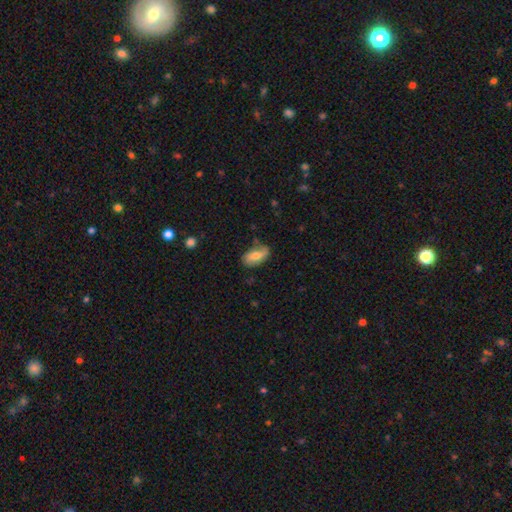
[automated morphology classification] smooth 54%, featured or disk 39%, star or artifact 7%. Down the decision tree: how rounded — in between (90%); merging — none (67%).